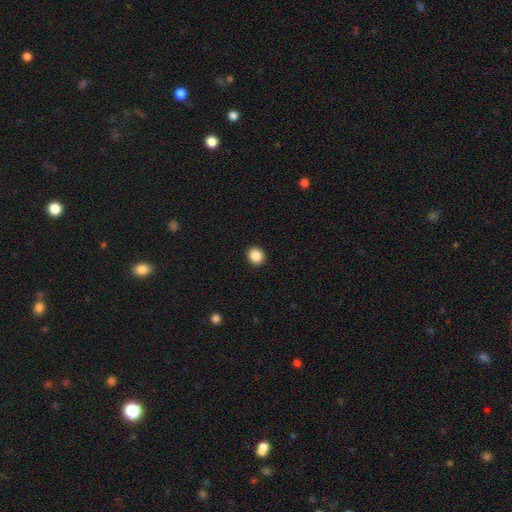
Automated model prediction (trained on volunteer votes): Q: Smooth or featured?
A: smooth (88%); runner-up: star or artifact (9%)
Q: How rounded?
A: round (74%); runner-up: in between (25%)
Q: Merging?
A: none (93%); runner-up: minor disturbance (5%)